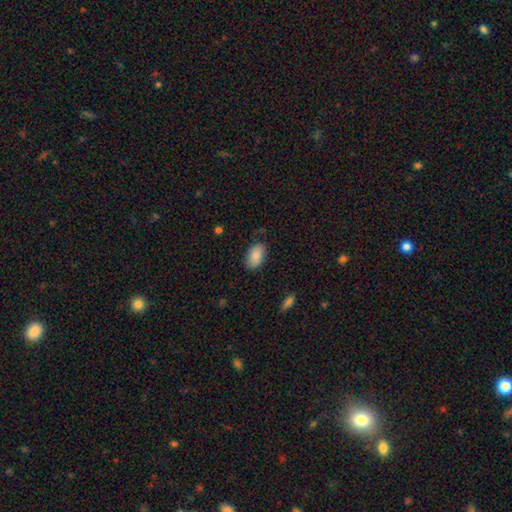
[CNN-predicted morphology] This is clearly a smooth galaxy (84%). How rounded: clearly in between (93%). Merging: likely none (80%).